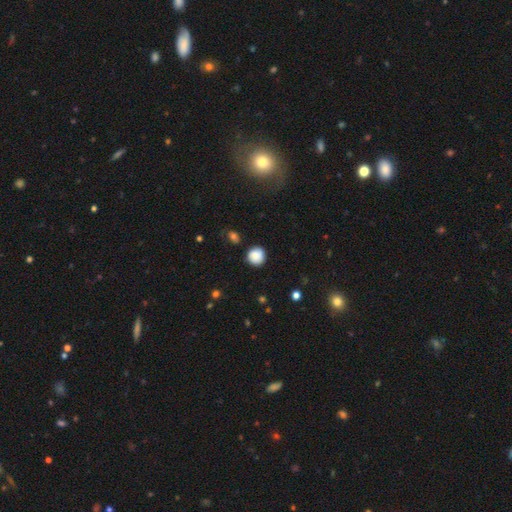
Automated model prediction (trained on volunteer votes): Smooth or featured?
  - smooth: 85% *
  - star or artifact: 9%
  - featured or disk: 6%
How rounded?
  - round: 93% *
  - in between: 6%
  - cigar-shaped: 1%
Merging?
  - none: 85% *
  - minor disturbance: 10%
  - major disturbance: 3%
  - merger: 2%